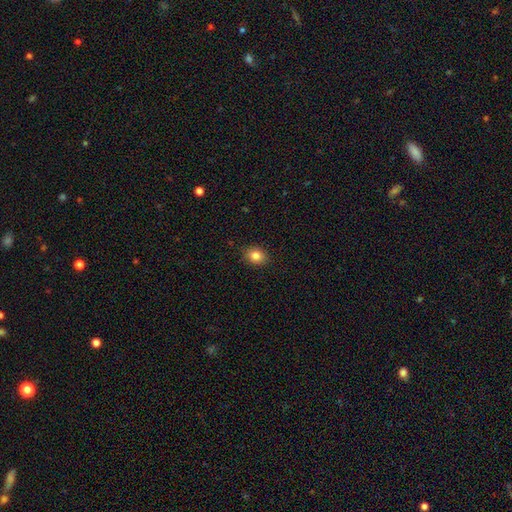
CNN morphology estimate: Smooth or featured? smooth (83%)
How rounded? round (53%)
Merging? none (89%)